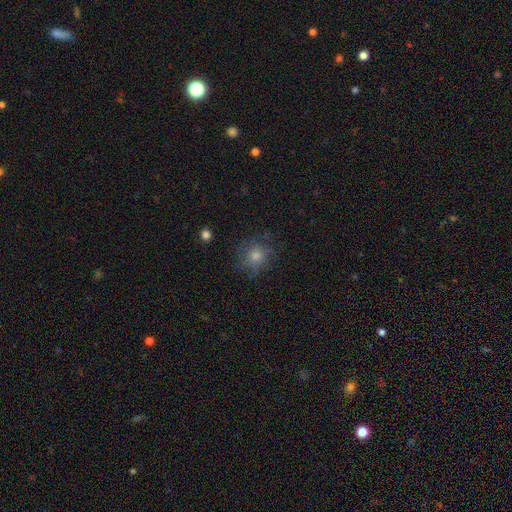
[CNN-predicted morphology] A smooth galaxy with no disk features (56%) that is round (82%).

Vote fractions:
- Smooth or featured? smooth: 56% / featured or disk: 26% / star or artifact: 17%
- How rounded? round: 82% / in between: 17% / cigar-shaped: 1%
- Merging? none: 75% / minor disturbance: 16% / major disturbance: 8% / merger: 1%